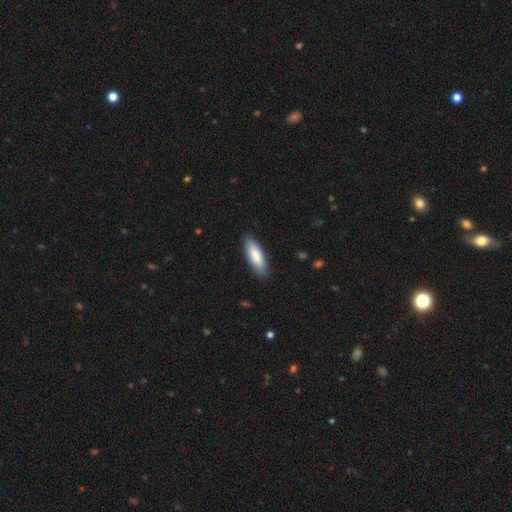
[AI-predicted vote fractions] Smooth or featured?
  - smooth: 84% *
  - featured or disk: 11%
  - star or artifact: 5%
How rounded?
  - in between: 58% *
  - cigar-shaped: 40%
  - round: 1%
Merging?
  - none: 87% *
  - minor disturbance: 11%
  - major disturbance: 2%
  - merger: 1%